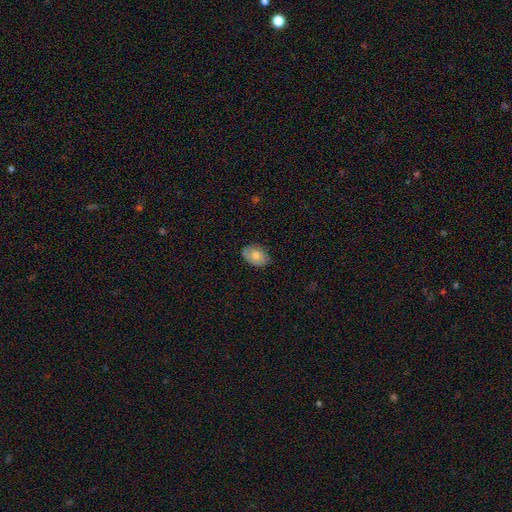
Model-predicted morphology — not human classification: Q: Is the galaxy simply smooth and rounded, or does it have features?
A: smooth — 73%.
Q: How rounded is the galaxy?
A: in between — 79%.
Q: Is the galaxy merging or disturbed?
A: none — 77%.